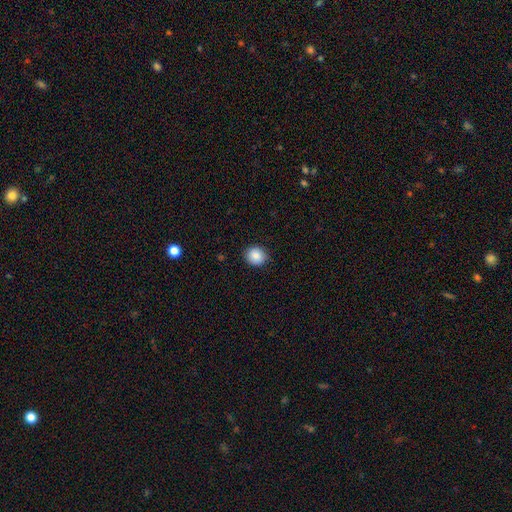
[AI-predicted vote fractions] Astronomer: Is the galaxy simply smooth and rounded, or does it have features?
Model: smooth — 86%.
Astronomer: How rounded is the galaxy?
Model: round — 83%.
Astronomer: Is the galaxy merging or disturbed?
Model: none — 87%.